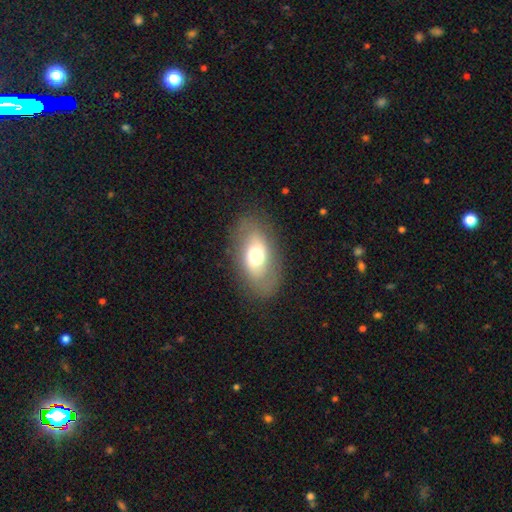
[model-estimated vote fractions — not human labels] Smooth or featured: smooth — 52% (featured or disk — 39%)
How rounded: in between — 87% (round — 10%)
Merging: none — 80% (minor disturbance — 12%)